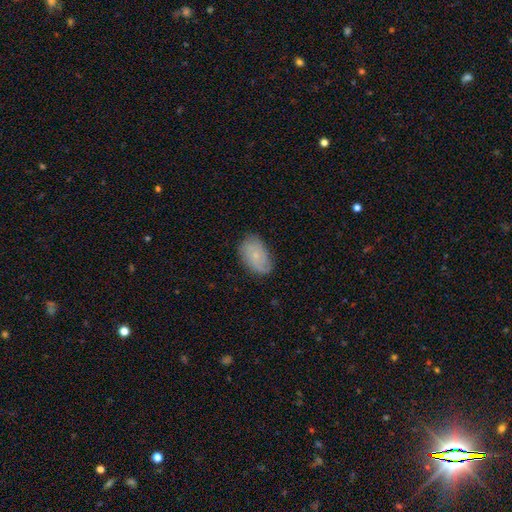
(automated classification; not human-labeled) Smooth or featured?
  - featured or disk: 47% *
  - smooth: 45%
  - star or artifact: 8%
Merging?
  - none: 74% *
  - minor disturbance: 20%
  - major disturbance: 5%
  - merger: 1%